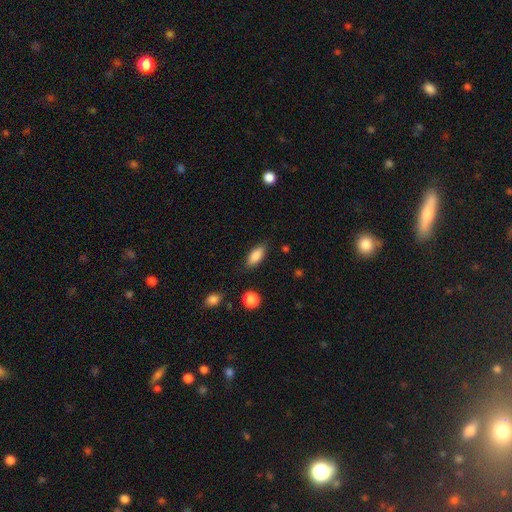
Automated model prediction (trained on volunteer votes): Q: Smooth or featured?
A: smooth (86%); runner-up: star or artifact (7%)
Q: How rounded?
A: in between (86%); runner-up: cigar-shaped (12%)
Q: Merging?
A: none (83%); runner-up: minor disturbance (12%)